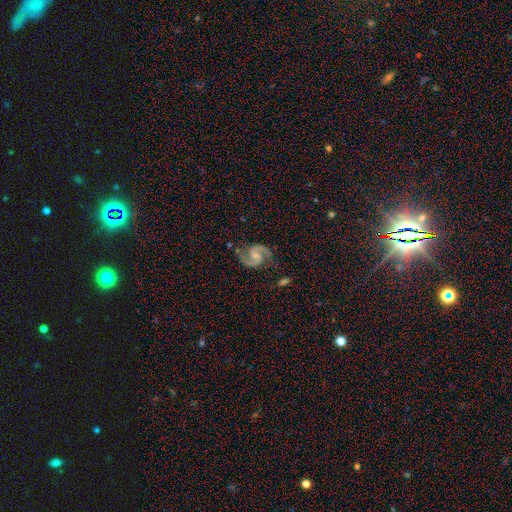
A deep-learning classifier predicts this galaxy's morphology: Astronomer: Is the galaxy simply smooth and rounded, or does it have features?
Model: featured or disk — 92%.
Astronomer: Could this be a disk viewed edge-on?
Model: no — 98%.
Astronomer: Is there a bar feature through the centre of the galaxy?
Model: no — 50% (runner-up: weak, 41%).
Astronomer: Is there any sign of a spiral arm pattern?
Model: yes — 99%.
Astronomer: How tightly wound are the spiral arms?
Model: medium — 66%.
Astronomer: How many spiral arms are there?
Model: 2 — 95%.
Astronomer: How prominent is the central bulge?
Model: small — 47% (runner-up: moderate, 31%).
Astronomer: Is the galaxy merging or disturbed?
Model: none — 78%.